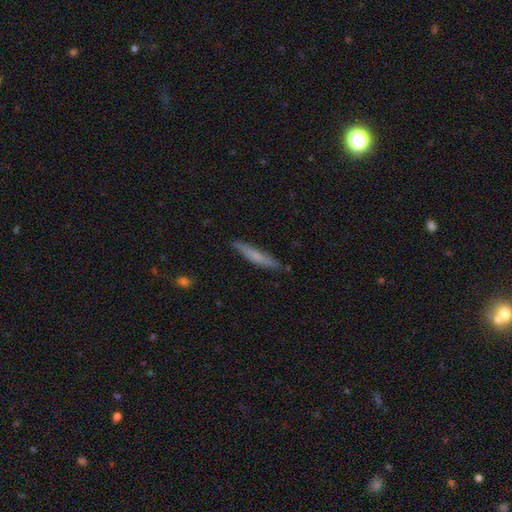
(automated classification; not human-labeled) smooth_or_featured: smooth (p=0.62) [alt: featured or disk p=0.32]
how_rounded: cigar-shaped (p=0.93) [alt: in between p=0.05]
merging: none (p=0.86) [alt: minor disturbance p=0.11]